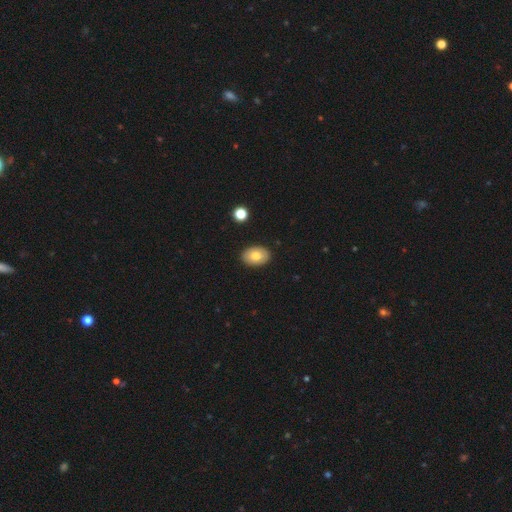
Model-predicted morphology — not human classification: Q: Smooth or featured?
A: smooth (80%); runner-up: featured or disk (12%)
Q: How rounded?
A: in between (83%); runner-up: round (16%)
Q: Merging?
A: none (89%); runner-up: minor disturbance (8%)